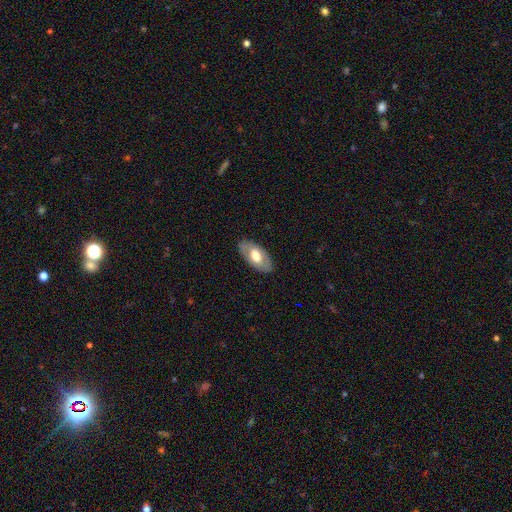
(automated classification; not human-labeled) Smooth or featured?
  - smooth: 55% *
  - featured or disk: 40%
  - star or artifact: 6%
How rounded?
  - in between: 93% *
  - cigar-shaped: 4%
  - round: 3%
Merging?
  - none: 84% *
  - minor disturbance: 12%
  - major disturbance: 3%
  - merger: 1%